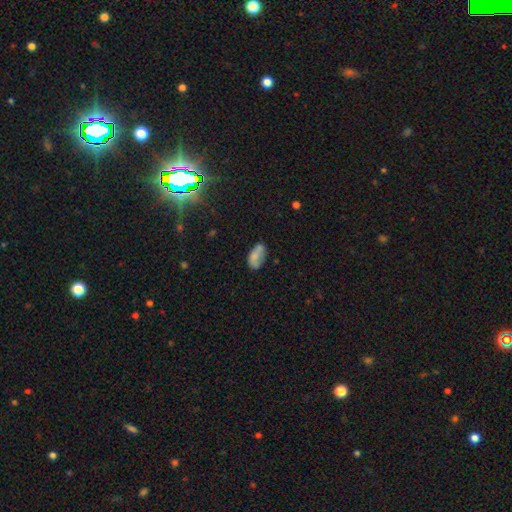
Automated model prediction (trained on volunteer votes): Smooth or featured? Predicted: smooth (p=0.75). How rounded? Predicted: in between (p=0.92). Merging? Predicted: none (p=0.57).